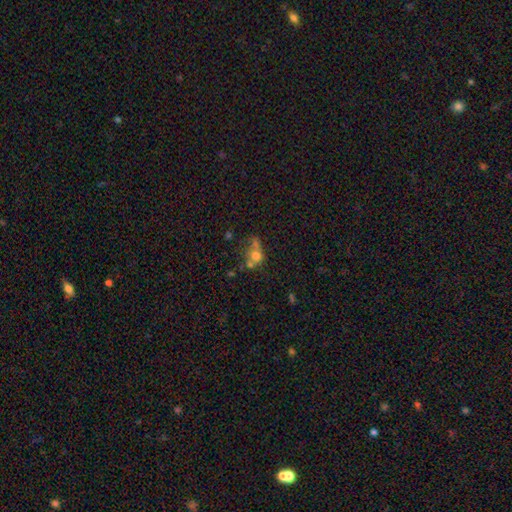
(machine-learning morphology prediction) The model was most divided on "merging": merger: 42%, none: 32%, minor disturbance: 13%, major disturbance: 12%. More confident: how rounded — round (70%); smooth or featured — smooth (63%).